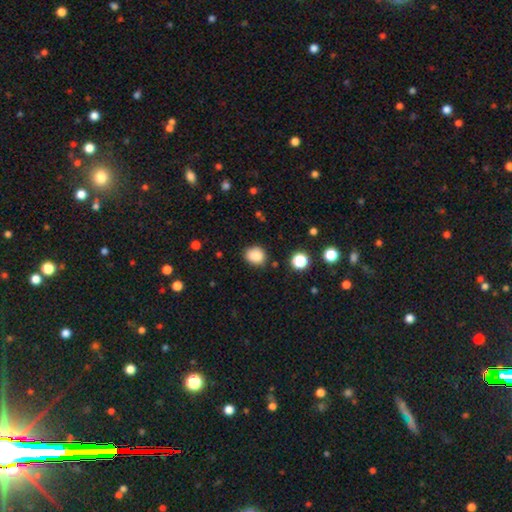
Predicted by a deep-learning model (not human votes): This is clearly a smooth galaxy (84%). How rounded: likely round (63%). Merging: likely none (74%).